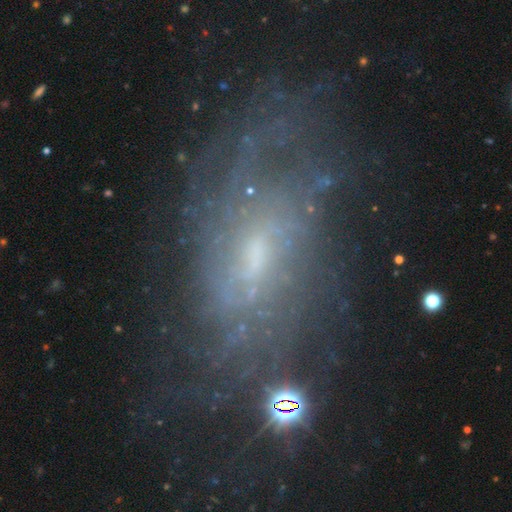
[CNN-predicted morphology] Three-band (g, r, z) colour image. It shows a featured or disk galaxy (74%) with a weak bar (49%), tight (45%) spiral arms (81%) and a small central bulge (52%). Merging: none (62%).